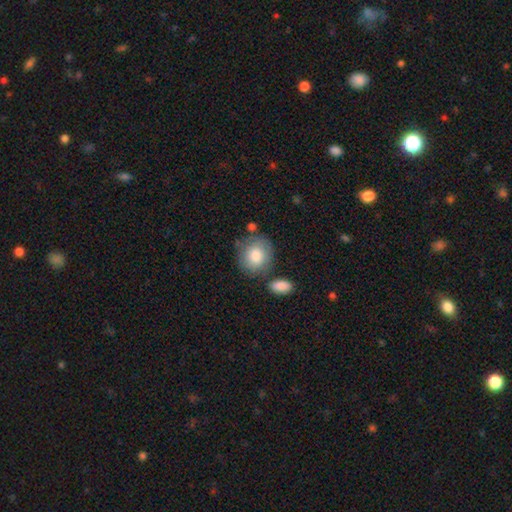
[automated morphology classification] type=smooth (82%); roundness=round (78%); merging=none (68%).